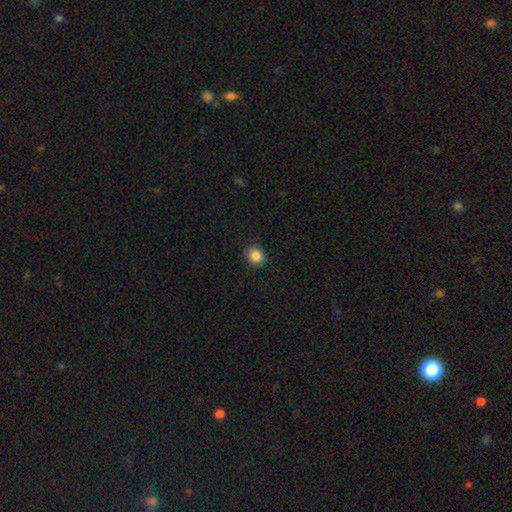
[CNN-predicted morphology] Smooth or featured: smooth — 87% (star or artifact — 10%)
How rounded: round — 75% (in between — 24%)
Merging: none — 88% (minor disturbance — 9%)